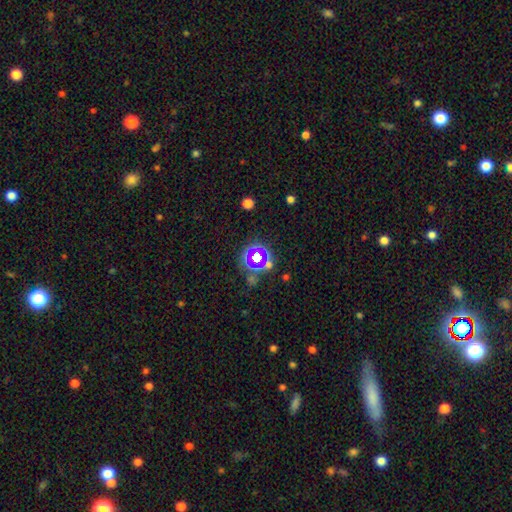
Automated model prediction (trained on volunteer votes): This appears to be a star or artifact, not a galaxy (51%).